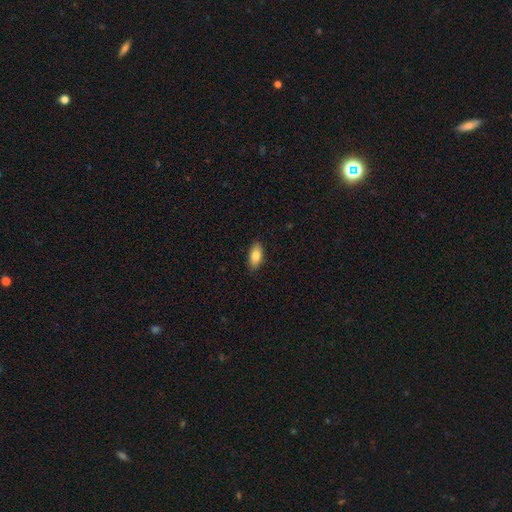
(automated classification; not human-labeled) The model was most divided on "smooth or featured": smooth: 81%, featured or disk: 12%, star or artifact: 7%. More confident: how rounded — in between (88%); merging — none (87%).